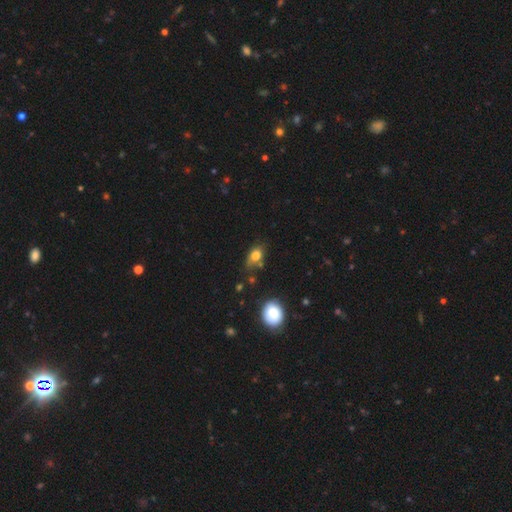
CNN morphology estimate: smooth-or-featured: smooth: 76% | featured or disk: 14% | star or artifact: 10%
  how-rounded: in between: 74% | round: 21% | cigar-shaped: 5%
  merging: none: 54% | minor disturbance: 29% | major disturbance: 9% | merger: 9%